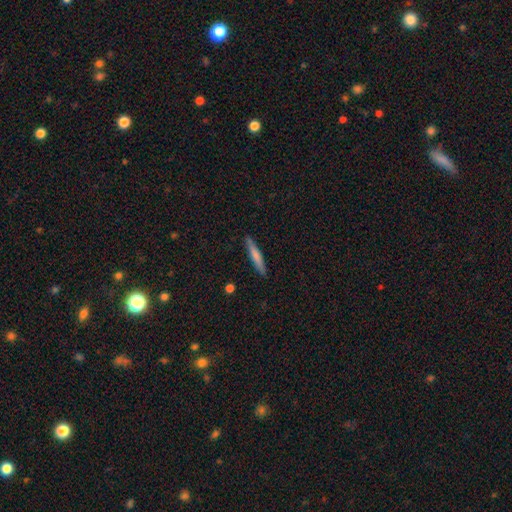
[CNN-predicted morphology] smooth-or-featured: smooth: 70% | featured or disk: 24% | star or artifact: 5%
  how-rounded: cigar-shaped: 93% | in between: 5% | round: 1%
  merging: none: 88% | minor disturbance: 9% | major disturbance: 2% | merger: 1%